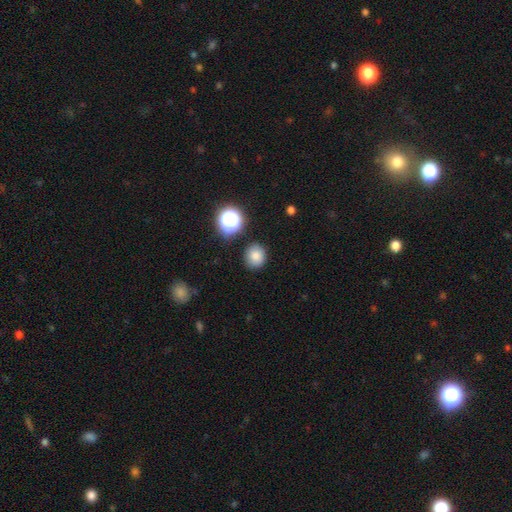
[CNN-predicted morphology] Smooth or featured? smooth (82%)
How rounded? round (77%)
Merging? none (85%)